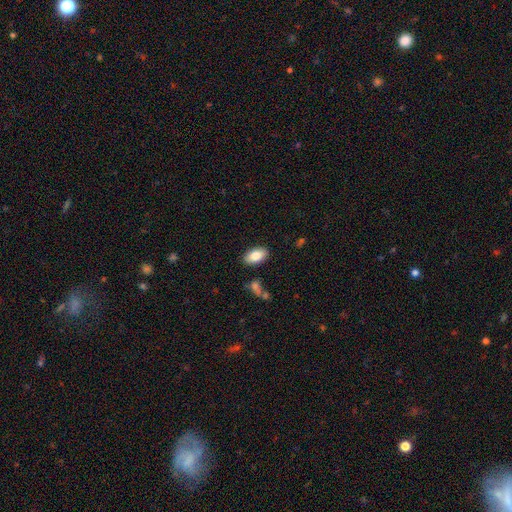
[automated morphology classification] A smooth galaxy with no disk features (83%) that is in between round and cigar-shaped (93%).

Vote fractions:
- Smooth or featured? smooth: 83% / featured or disk: 11% / star or artifact: 7%
- How rounded? in between: 93% / round: 4% / cigar-shaped: 3%
- Merging? none: 87% / minor disturbance: 9% / major disturbance: 2% / merger: 2%